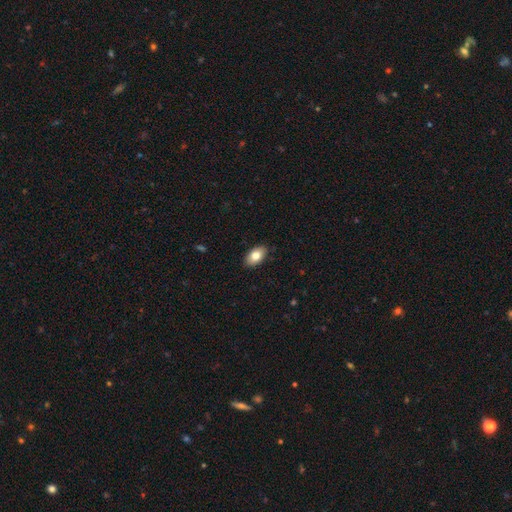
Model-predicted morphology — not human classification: Smooth or featured? smooth (80%)
How rounded? in between (93%)
Merging? none (88%)